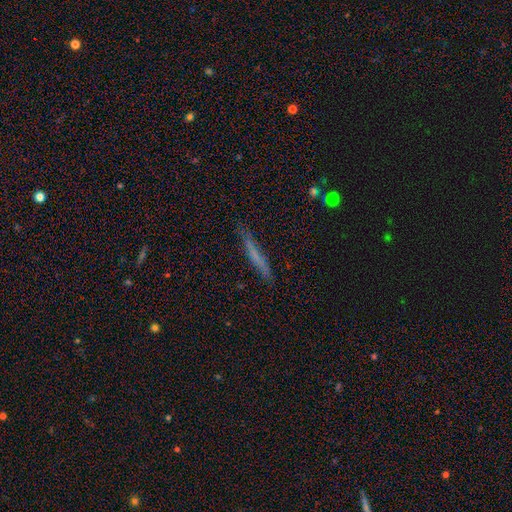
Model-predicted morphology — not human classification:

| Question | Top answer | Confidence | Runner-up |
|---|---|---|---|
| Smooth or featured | smooth | 56% | featured or disk (35%) |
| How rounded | cigar-shaped | 94% | in between (4%) |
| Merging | none | 79% | minor disturbance (15%) |